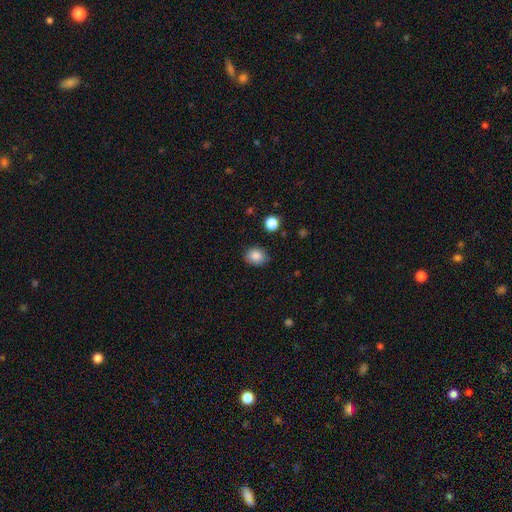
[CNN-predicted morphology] This is clearly a smooth galaxy (86%). How rounded: possibly in between (52%). Merging: clearly none (82%).